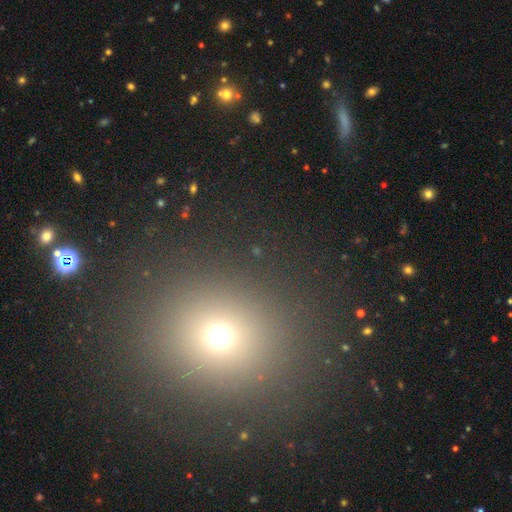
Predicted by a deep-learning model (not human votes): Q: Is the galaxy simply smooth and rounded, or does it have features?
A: smooth — 58%.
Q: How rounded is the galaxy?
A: round — 83%.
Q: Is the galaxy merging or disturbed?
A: none — 89%.